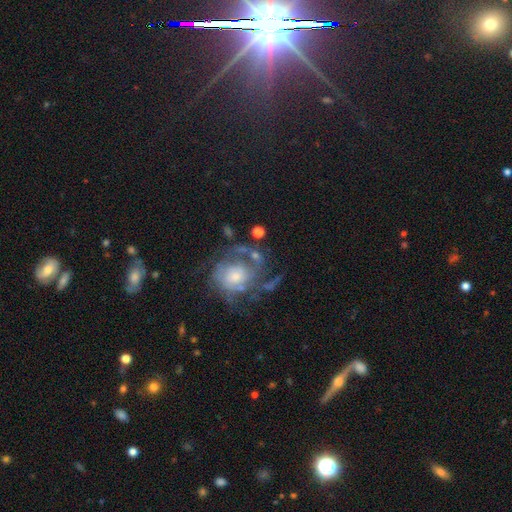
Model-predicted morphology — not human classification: Smooth or featured: featured or disk — 73% (smooth — 17%)
Edge-on disk: no — 98% (yes — 2%)
Bar: no — 76% (weak — 20%)
Spiral arms: yes — 80% (no — 20%)
Spiral winding: tight — 45% (medium — 37%)
Spiral arm count: can't tell — 43% (2 — 21%)
Bulge size: moderate — 44% (small — 37%)
Merging: none — 48% (major disturbance — 27%)